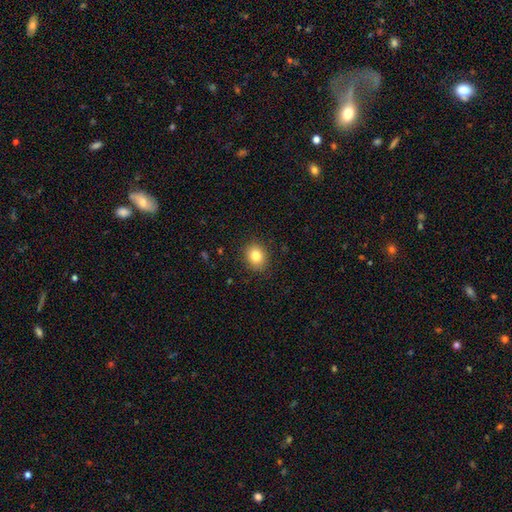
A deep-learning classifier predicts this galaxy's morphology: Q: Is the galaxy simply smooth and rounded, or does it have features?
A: smooth — 83%.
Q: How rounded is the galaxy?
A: round — 65%.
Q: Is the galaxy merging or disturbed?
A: none — 88%.